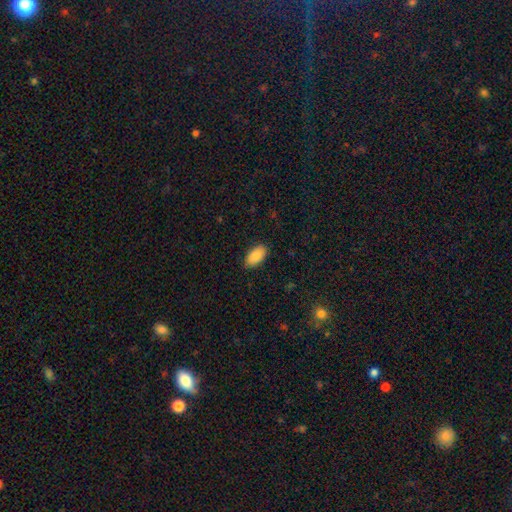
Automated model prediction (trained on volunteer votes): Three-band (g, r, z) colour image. It shows a smooth galaxy with no disk features (87%) that is in between round and cigar-shaped (94%). Merging: none (88%).